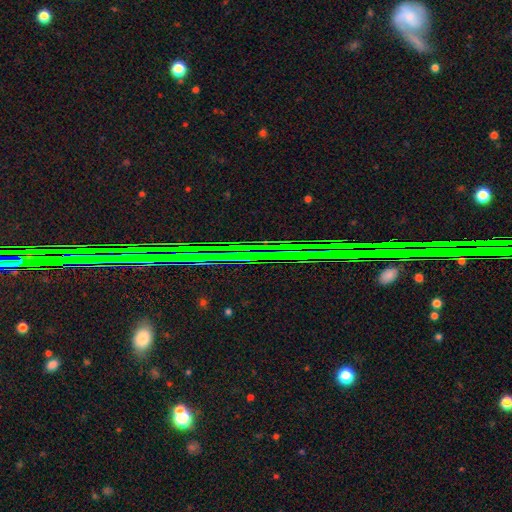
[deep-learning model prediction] Q: Smooth or featured?
A: star or artifact (80%); runner-up: featured or disk (11%)